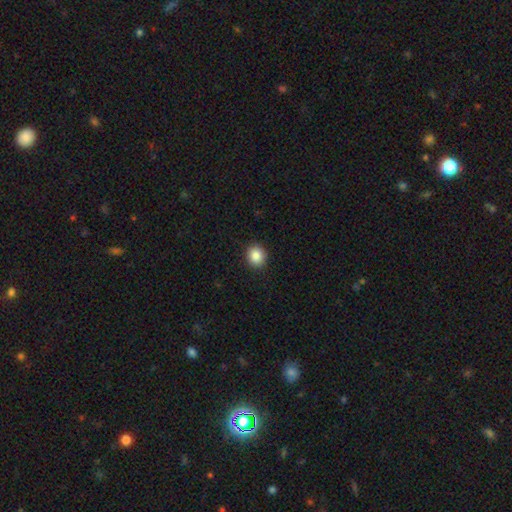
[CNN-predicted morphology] A smooth galaxy with no disk features (86%) that is round (85%).

Vote fractions:
- Smooth or featured? smooth: 86% / star or artifact: 9% / featured or disk: 5%
- How rounded? round: 85% / in between: 14% / cigar-shaped: 1%
- Merging? none: 92% / minor disturbance: 6% / major disturbance: 2% / merger: 1%